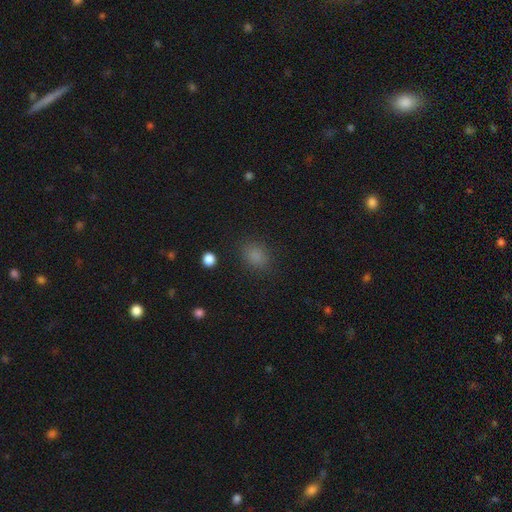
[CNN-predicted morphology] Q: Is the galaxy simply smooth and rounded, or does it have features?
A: smooth — 81%.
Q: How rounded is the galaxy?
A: in between — 57%.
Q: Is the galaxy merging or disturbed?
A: none — 84%.